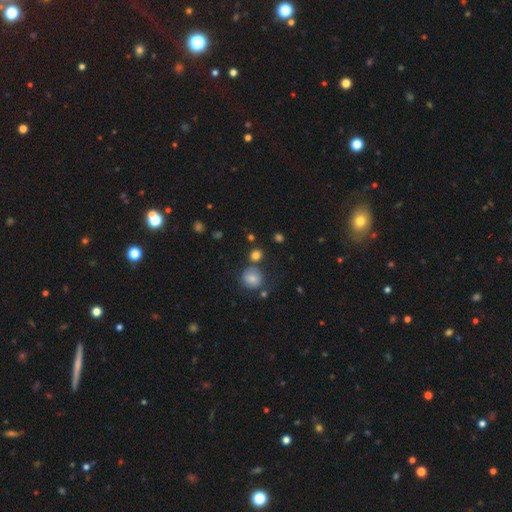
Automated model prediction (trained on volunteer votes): Morphology: type=smooth (78%); roundness=round (85%); merging=none (71%).